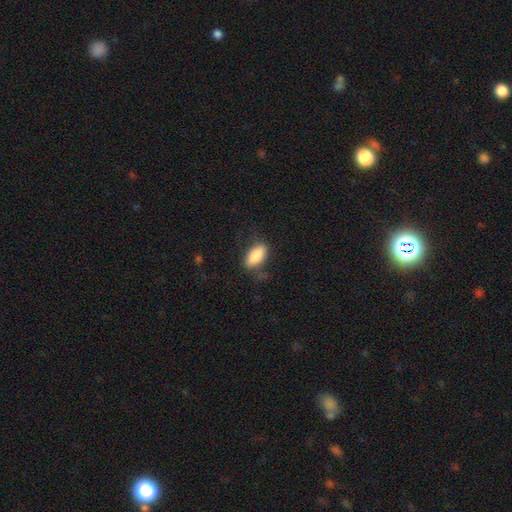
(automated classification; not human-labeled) Q: Smooth or featured?
A: smooth (82%); runner-up: featured or disk (11%)
Q: How rounded?
A: in between (87%); runner-up: cigar-shaped (10%)
Q: Merging?
A: none (73%); runner-up: minor disturbance (19%)